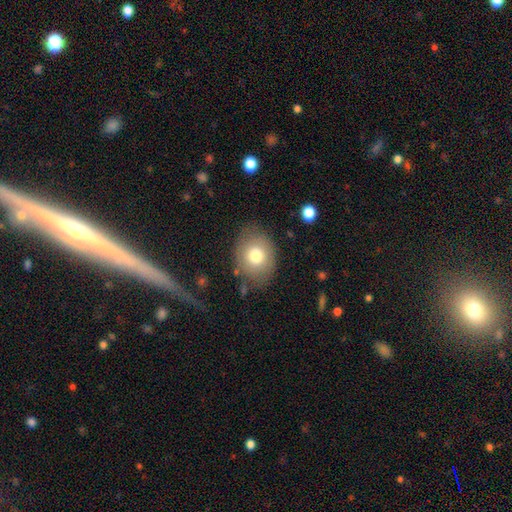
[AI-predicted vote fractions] smooth 76%, featured or disk 16%, star or artifact 9%. Down the decision tree: how rounded — in between (53%); merging — none (76%).